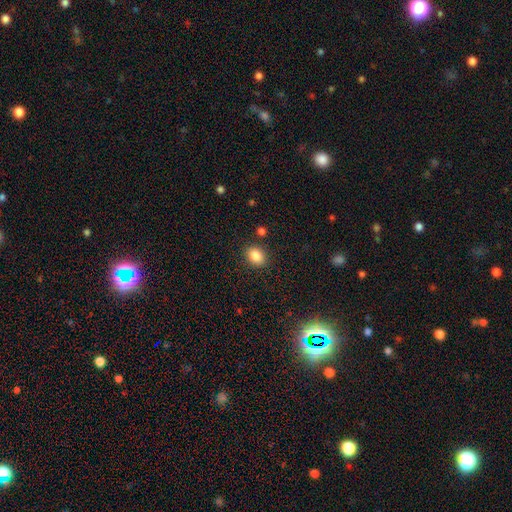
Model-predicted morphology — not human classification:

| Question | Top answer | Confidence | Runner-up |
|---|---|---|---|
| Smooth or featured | smooth | 85% | star or artifact (10%) |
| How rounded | in between | 54% | round (45%) |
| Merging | none | 86% | minor disturbance (8%) |